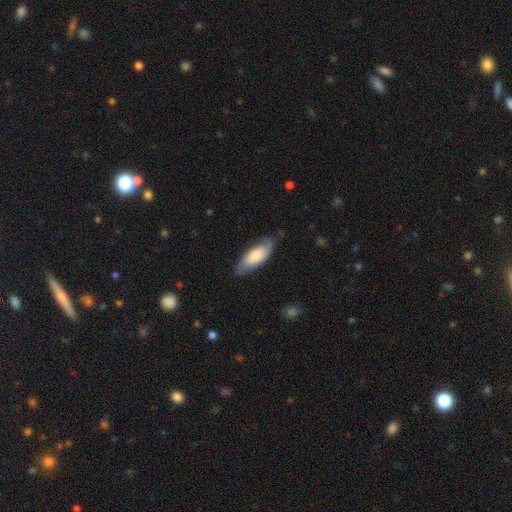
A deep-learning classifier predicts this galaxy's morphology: Smooth or featured? Predicted: smooth (p=0.62). How rounded? Predicted: in between (p=0.79). Merging? Predicted: none (p=0.70).